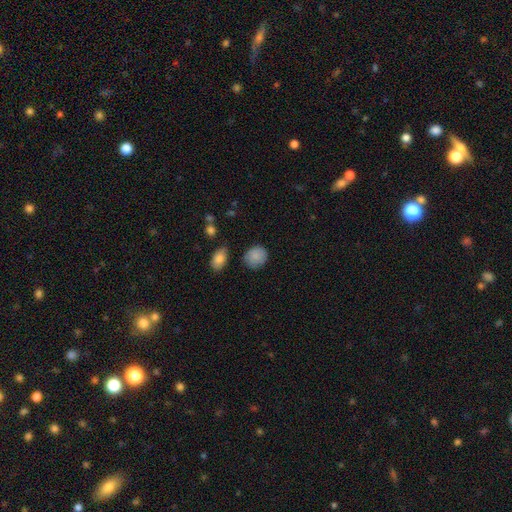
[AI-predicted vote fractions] A smooth galaxy with no disk features (87%) that is round (72%). Merging: none (75%).